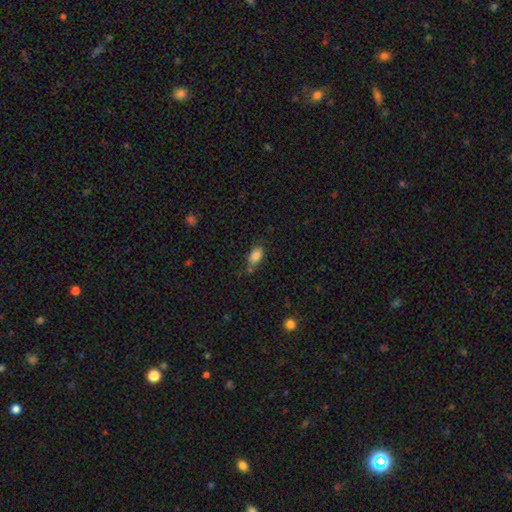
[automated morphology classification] The model was most divided on "merging": none: 63%, minor disturbance: 22%, merger: 9%, major disturbance: 6%. More confident: how rounded — in between (90%); smooth or featured — smooth (85%).